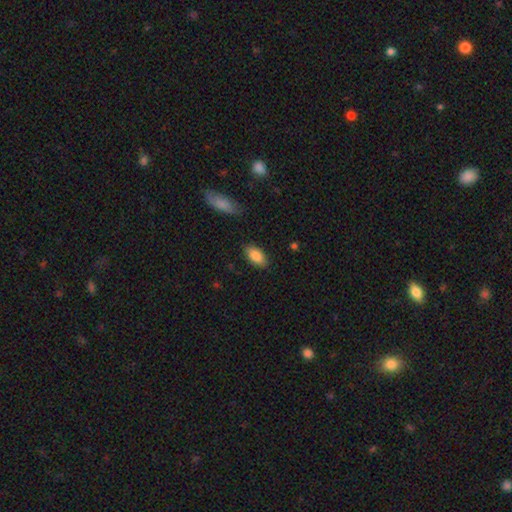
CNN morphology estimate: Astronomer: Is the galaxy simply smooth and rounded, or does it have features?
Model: smooth — 87%.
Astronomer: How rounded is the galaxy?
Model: in between — 92%.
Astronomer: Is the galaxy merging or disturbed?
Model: none — 86%.